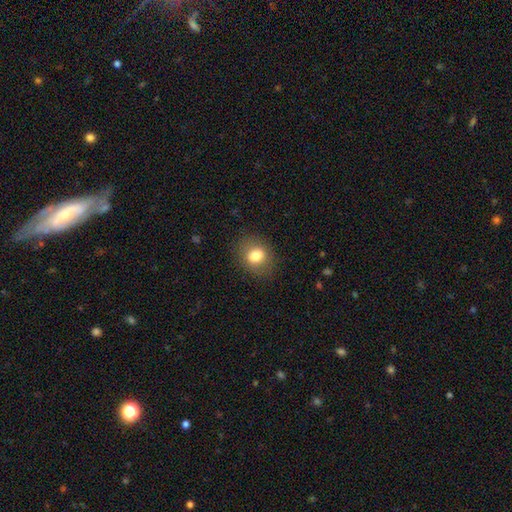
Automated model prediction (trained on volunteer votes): smooth_or_featured: smooth (p=0.79) [alt: featured or disk p=0.11]
how_rounded: round (p=0.56) [alt: in between p=0.43]
merging: none (p=0.84) [alt: minor disturbance p=0.11]